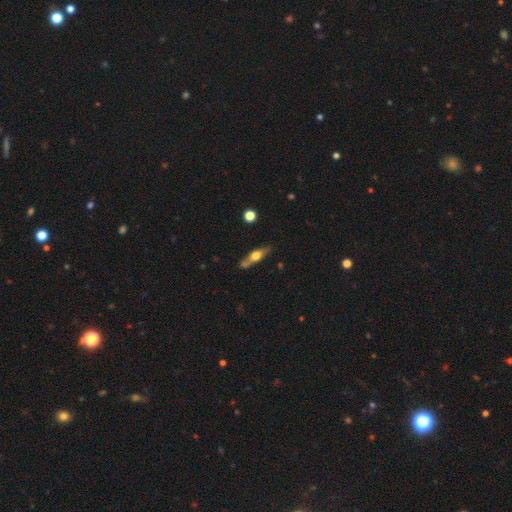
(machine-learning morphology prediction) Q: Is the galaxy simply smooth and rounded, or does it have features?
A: smooth — 47%.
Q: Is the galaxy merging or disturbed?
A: none — 63%.